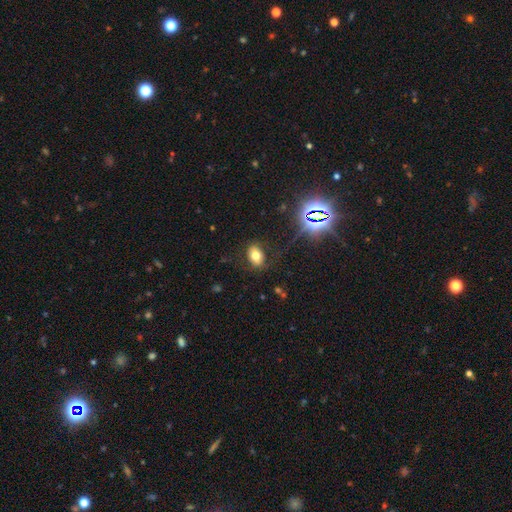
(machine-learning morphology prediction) Smooth or featured: smooth — 66% (star or artifact — 19%)
How rounded: in between — 83% (round — 15%)
Merging: none — 83% (minor disturbance — 11%)